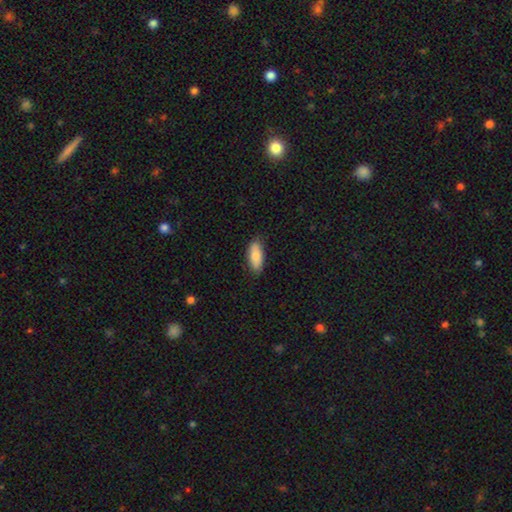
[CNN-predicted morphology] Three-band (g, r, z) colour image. It shows a smooth galaxy with no disk features (84%) that is in between round and cigar-shaped (81%). Merging: none (83%).